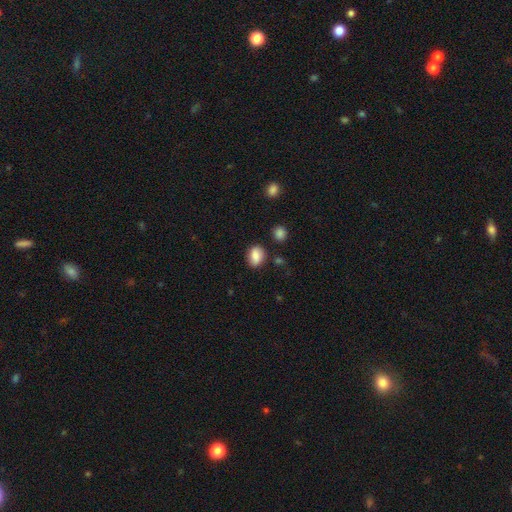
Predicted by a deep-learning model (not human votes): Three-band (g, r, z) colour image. It shows a smooth galaxy with no disk features (82%) that is in between round and cigar-shaped (67%). Merging: none (79%).